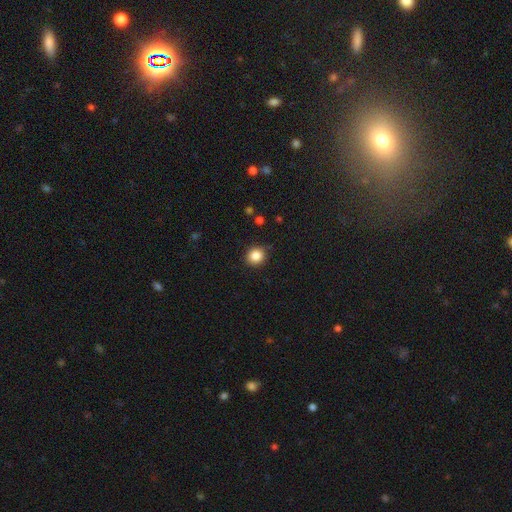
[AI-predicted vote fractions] The model was most divided on "how rounded": round: 87%, in between: 12%, cigar-shaped: 1%. More confident: merging — none (89%); smooth or featured — smooth (86%).